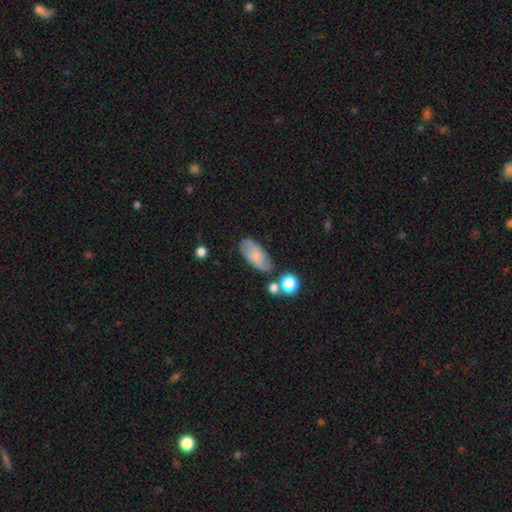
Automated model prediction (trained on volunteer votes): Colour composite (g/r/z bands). It shows a smooth galaxy with no disk features (66%) that is in between round and cigar-shaped (89%). Merging: none (69%).